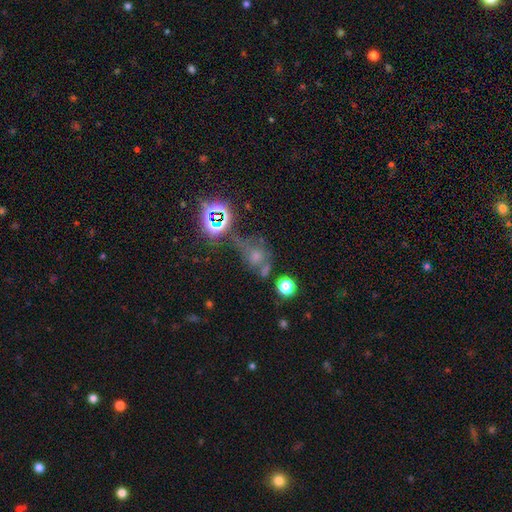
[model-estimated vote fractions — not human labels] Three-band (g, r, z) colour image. It shows a smooth galaxy with no disk features (47%). Merging: none (40%).